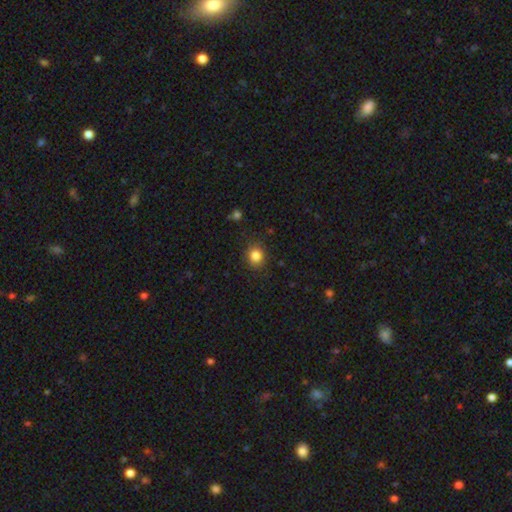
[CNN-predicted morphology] A smooth galaxy with no disk features (84%) that is round (75%).

Vote fractions:
- Smooth or featured? smooth: 84% / star or artifact: 11% / featured or disk: 5%
- How rounded? round: 75% / in between: 25% / cigar-shaped: 1%
- Merging? none: 88% / minor disturbance: 9% / major disturbance: 2% / merger: 1%